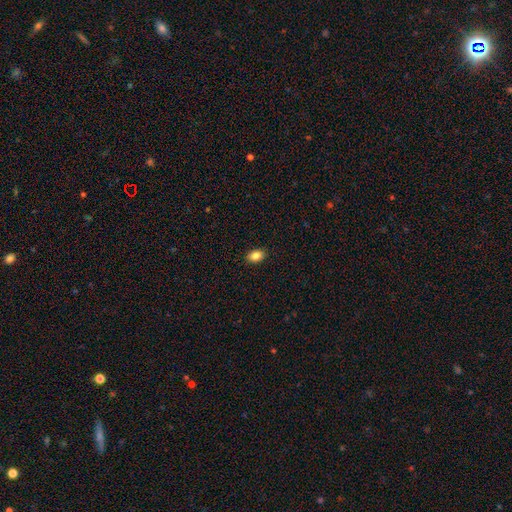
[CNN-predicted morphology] smooth 86%, star or artifact 9%, featured or disk 6%. Down the decision tree: how rounded — in between (83%); merging — none (90%).